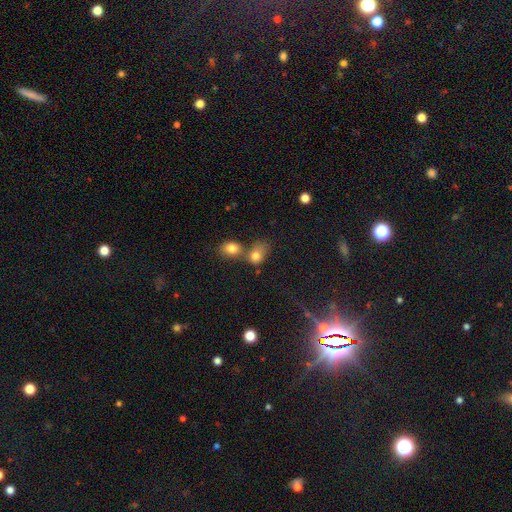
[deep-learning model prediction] Smooth or featured: smooth — 77% (star or artifact — 12%)
How rounded: in between — 51% (round — 48%)
Merging: merger — 54% (none — 29%)